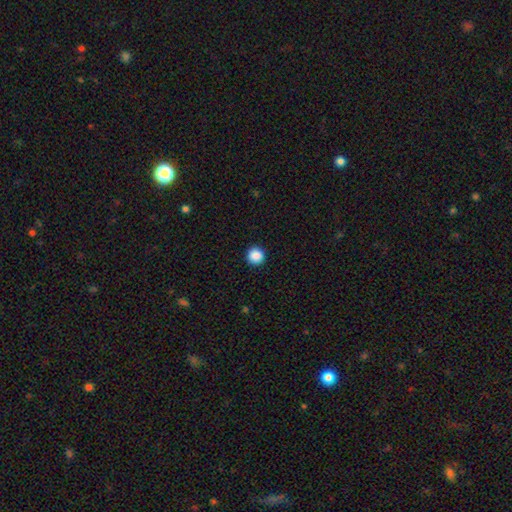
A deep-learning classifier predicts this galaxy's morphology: type=smooth (88%); roundness=round (95%); merging=none (93%).